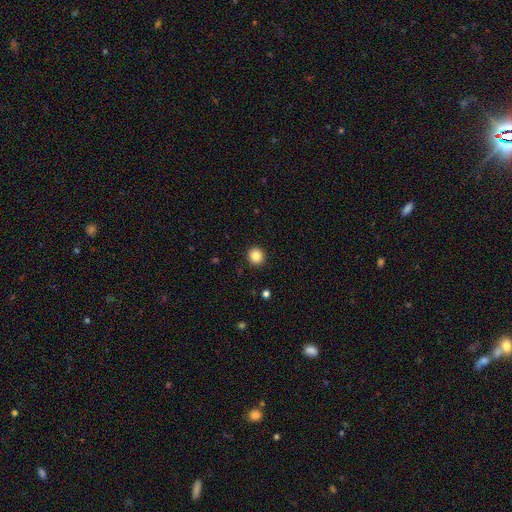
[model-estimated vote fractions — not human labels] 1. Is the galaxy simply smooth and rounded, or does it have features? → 85% smooth, 10% star or artifact, 5% featured or disk.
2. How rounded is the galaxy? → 94% round, 5% in between, 1% cigar-shaped.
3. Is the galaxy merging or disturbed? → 92% none, 5% minor disturbance, 2% major disturbance, 1% merger.